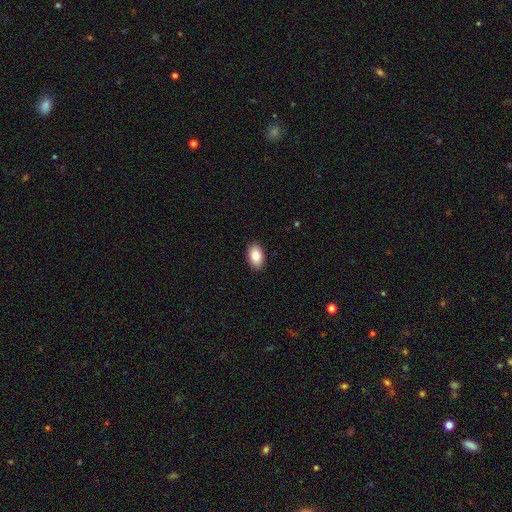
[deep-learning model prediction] smooth-or-featured: smooth: 83% | featured or disk: 9% | star or artifact: 7%
  how-rounded: in between: 91% | round: 8% | cigar-shaped: 1%
  merging: none: 90% | minor disturbance: 8% | major disturbance: 2% | merger: 1%